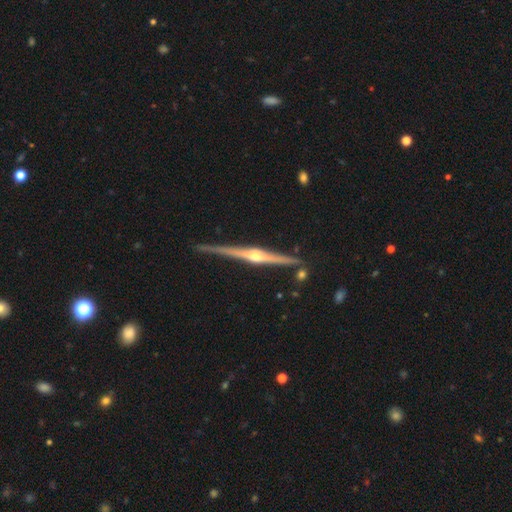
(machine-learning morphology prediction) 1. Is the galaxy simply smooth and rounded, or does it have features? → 87% featured or disk, 8% smooth, 5% star or artifact.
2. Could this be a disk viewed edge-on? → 99% yes, 1% no.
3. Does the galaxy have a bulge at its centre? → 93% rounded, 4% boxy, 3% none.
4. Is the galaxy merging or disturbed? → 85% none, 10% minor disturbance, 3% merger, 2% major disturbance.